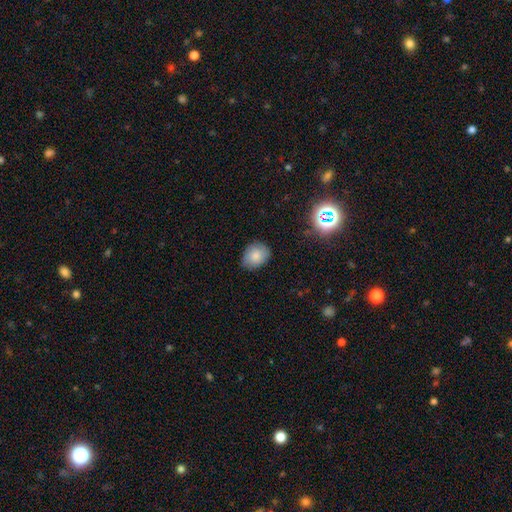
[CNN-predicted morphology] type=smooth (80%); roundness=in between (55%); merging=none (80%).